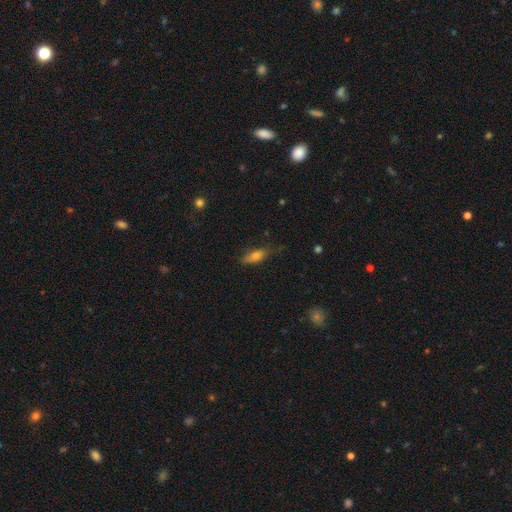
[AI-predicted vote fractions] This appears to be a smooth galaxy with no disk features (70%) that is in between round and cigar-shaped (63%). Merging: none (68%).